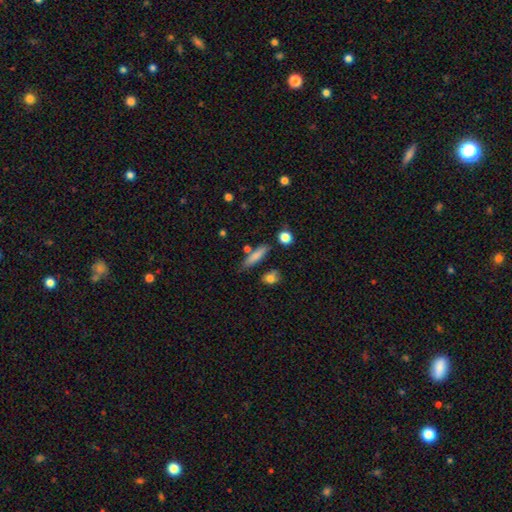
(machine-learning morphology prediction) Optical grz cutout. It shows a smooth galaxy with no disk features (78%) that is cigar-shaped (76%). Merging: none (77%).